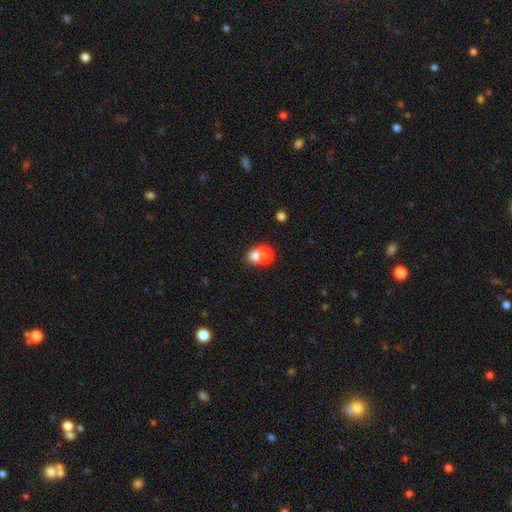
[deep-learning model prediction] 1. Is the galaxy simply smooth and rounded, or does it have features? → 71% smooth, 18% featured or disk, 11% star or artifact.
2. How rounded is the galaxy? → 65% round, 34% in between, 1% cigar-shaped.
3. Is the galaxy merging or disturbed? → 65% merger, 27% none, 5% minor disturbance, 3% major disturbance.